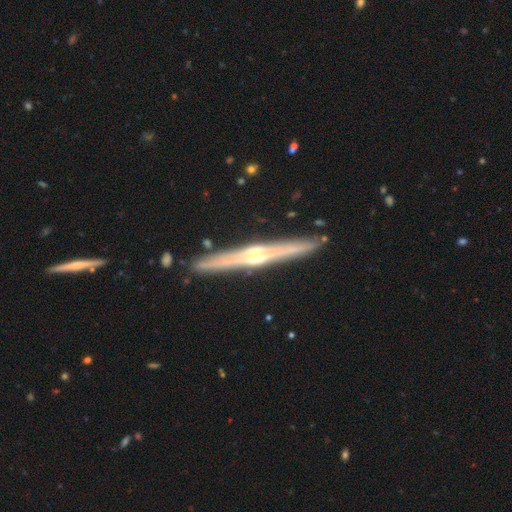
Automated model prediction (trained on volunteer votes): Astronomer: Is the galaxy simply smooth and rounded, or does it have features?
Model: featured or disk — 81%.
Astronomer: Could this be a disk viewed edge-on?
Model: yes — 97%.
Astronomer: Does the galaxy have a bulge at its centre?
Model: rounded — 74%.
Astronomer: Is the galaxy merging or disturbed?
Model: none — 90%.